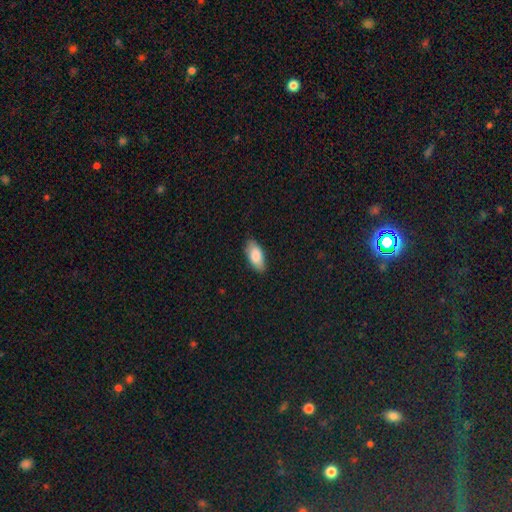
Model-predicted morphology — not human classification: The model was most divided on "merging": none: 85%, minor disturbance: 12%, major disturbance: 2%, merger: 1%. More confident: how rounded — in between (89%); smooth or featured — smooth (85%).